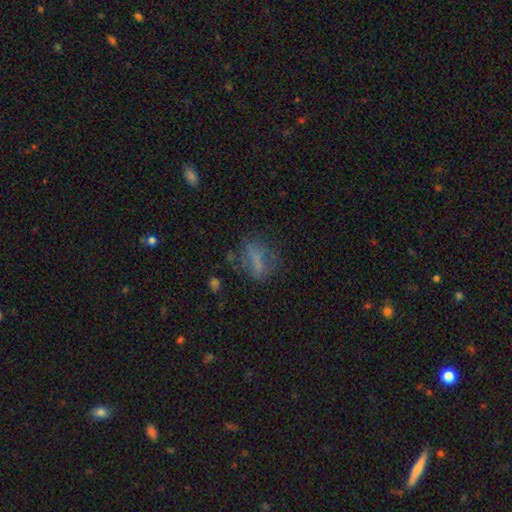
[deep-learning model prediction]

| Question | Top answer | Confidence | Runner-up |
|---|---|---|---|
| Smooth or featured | smooth | 57% | featured or disk (27%) |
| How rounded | in between | 58% | round (23%) |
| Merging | none | 54% | minor disturbance (21%) |